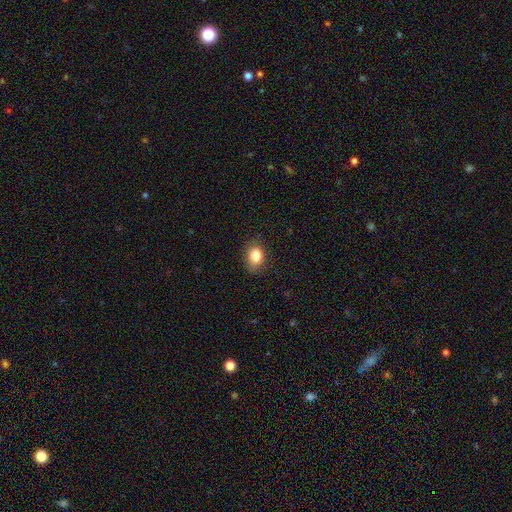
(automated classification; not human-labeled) Q: Smooth or featured?
A: smooth (84%); runner-up: star or artifact (9%)
Q: How rounded?
A: in between (64%); runner-up: round (35%)
Q: Merging?
A: none (83%); runner-up: minor disturbance (13%)